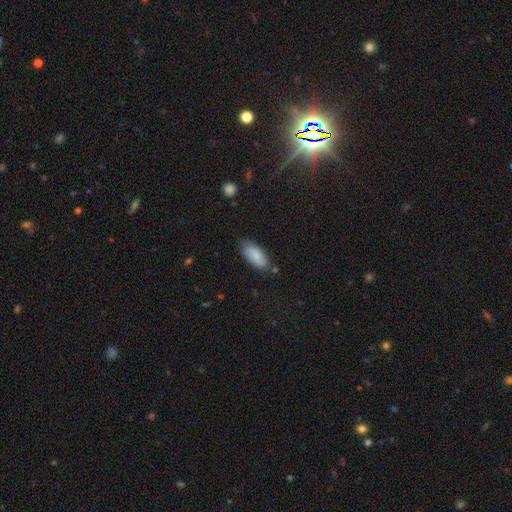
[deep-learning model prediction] A smooth galaxy with no disk features (84%) that is in between round and cigar-shaped (85%). Merging: none (74%).